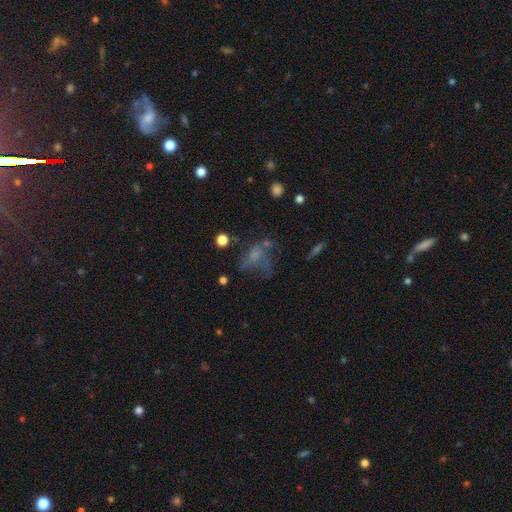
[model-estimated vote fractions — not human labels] Smooth or featured?
  - smooth: 46% *
  - featured or disk: 34%
  - star or artifact: 19%
Merging?
  - major disturbance: 40% *
  - none: 32%
  - minor disturbance: 19%
  - merger: 9%